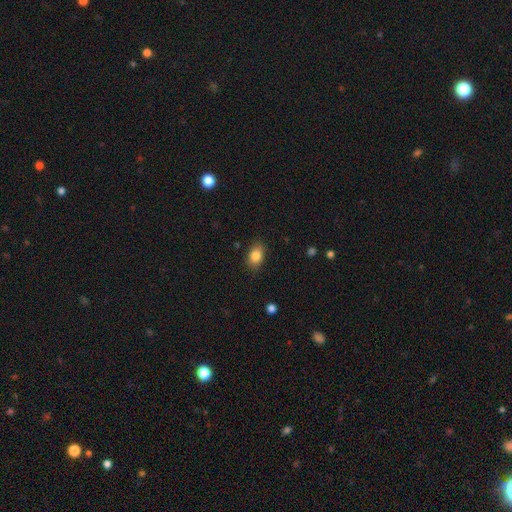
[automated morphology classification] smooth-or-featured: smooth: 84% | star or artifact: 9% | featured or disk: 7%
  how-rounded: in between: 78% | round: 21% | cigar-shaped: 1%
  merging: none: 85% | minor disturbance: 11% | major disturbance: 3% | merger: 1%